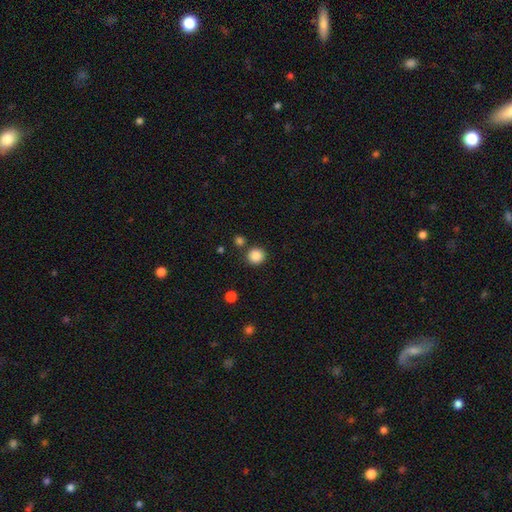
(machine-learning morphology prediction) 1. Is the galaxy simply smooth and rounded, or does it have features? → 87% smooth, 10% star or artifact, 3% featured or disk.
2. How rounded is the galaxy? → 92% round, 7% in between, 1% cigar-shaped.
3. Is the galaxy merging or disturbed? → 84% none, 7% minor disturbance, 6% merger, 3% major disturbance.